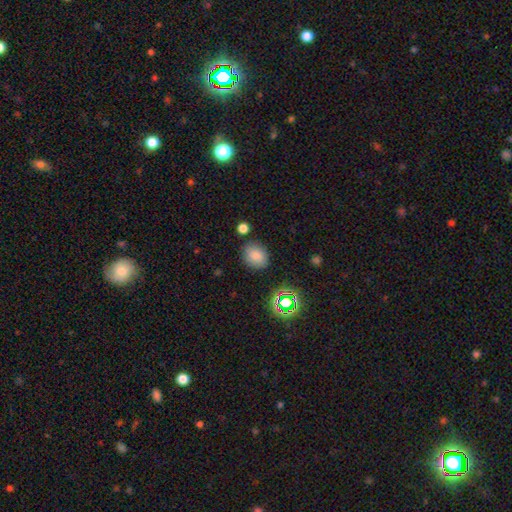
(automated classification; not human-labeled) Smooth or featured? smooth (80%)
How rounded? round (53%)
Merging? none (82%)